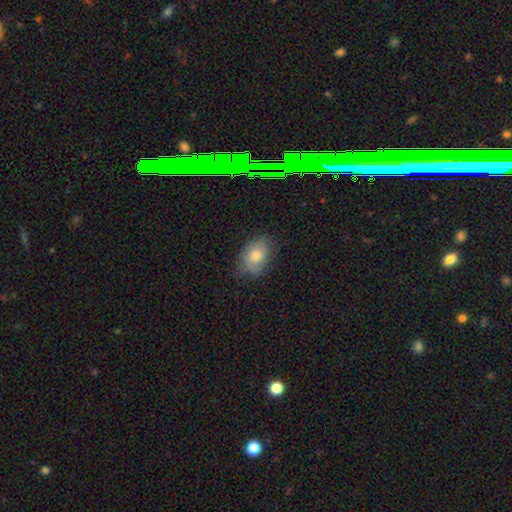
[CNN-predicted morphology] Q: Smooth or featured?
A: smooth (72%); runner-up: featured or disk (15%)
Q: How rounded?
A: in between (78%); runner-up: round (21%)
Q: Merging?
A: none (76%); runner-up: minor disturbance (18%)